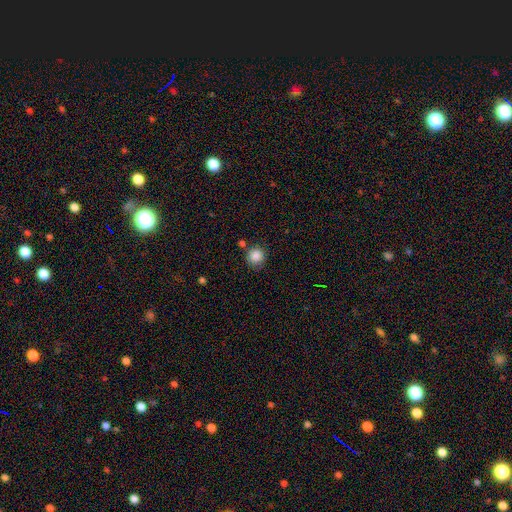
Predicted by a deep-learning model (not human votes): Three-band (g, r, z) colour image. It shows a smooth galaxy with no disk features (86%) that is round (91%). Merging: none (78%).